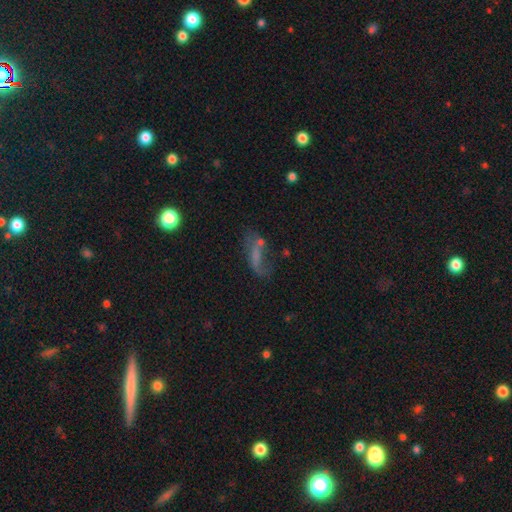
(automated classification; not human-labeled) Smooth or featured: featured or disk — 44% (smooth — 38%)
Merging: none — 39% (major disturbance — 28%)